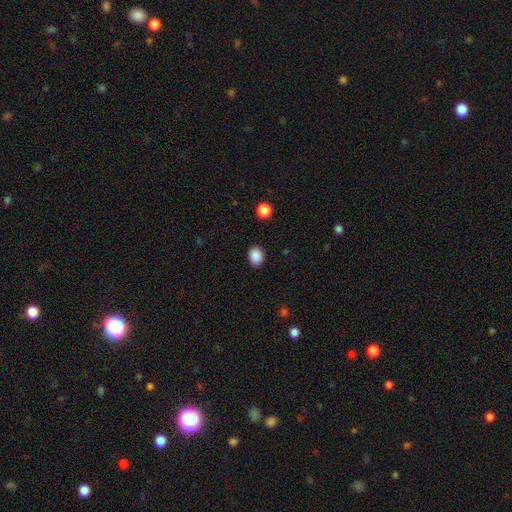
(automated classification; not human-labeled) The model was most divided on "how rounded": in between: 61%, round: 39%, cigar-shaped: 1%. More confident: smooth or featured — smooth (88%); merging — none (88%).